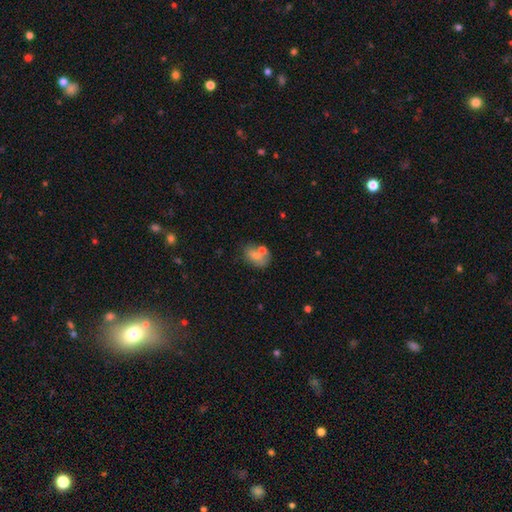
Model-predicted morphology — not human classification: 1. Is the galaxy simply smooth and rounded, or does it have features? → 64% smooth, 24% featured or disk, 12% star or artifact.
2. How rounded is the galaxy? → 71% in between, 27% round, 2% cigar-shaped.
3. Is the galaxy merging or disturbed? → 49% none, 27% merger, 16% minor disturbance, 7% major disturbance.